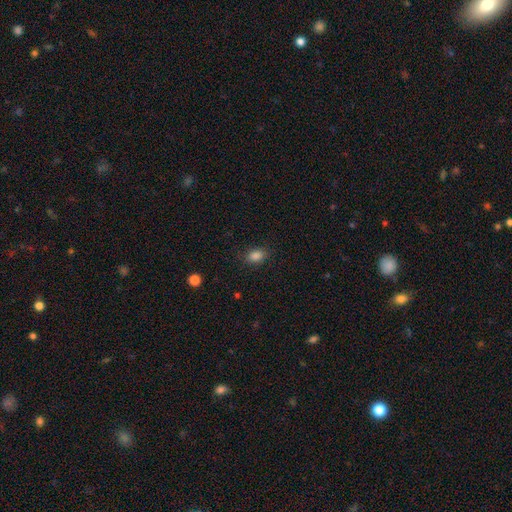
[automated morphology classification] Smooth or featured?
  - smooth: 85% *
  - star or artifact: 11%
  - featured or disk: 4%
How rounded?
  - in between: 77% *
  - round: 22%
  - cigar-shaped: 2%
Merging?
  - none: 84% *
  - minor disturbance: 11%
  - major disturbance: 3%
  - merger: 1%